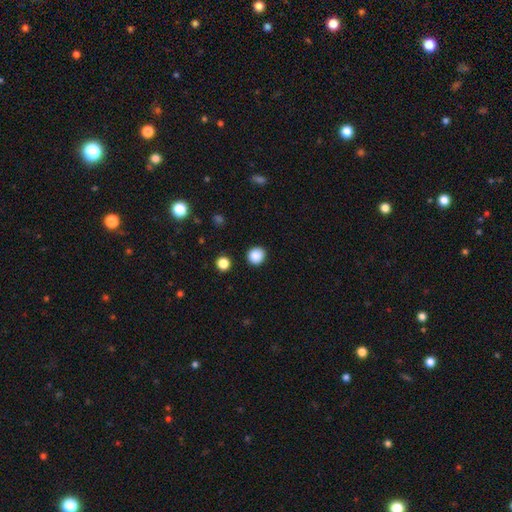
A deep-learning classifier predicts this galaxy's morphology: smooth_or_featured: smooth (p=0.87) [alt: star or artifact p=0.10]
how_rounded: round (p=0.89) [alt: in between p=0.10]
merging: none (p=0.91) [alt: minor disturbance p=0.05]